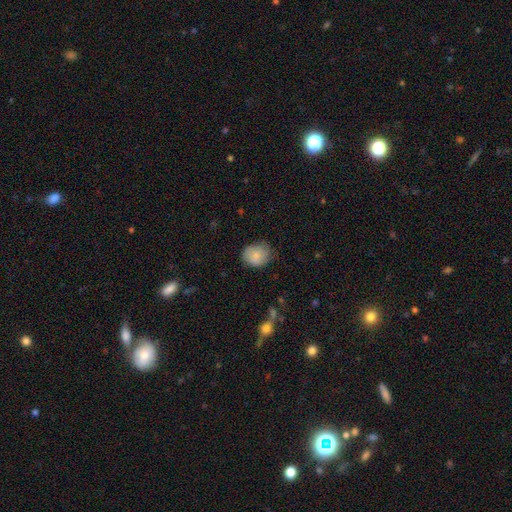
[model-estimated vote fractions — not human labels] This is clearly a smooth galaxy (83%). How rounded: likely round (63%). Merging: likely none (67%).